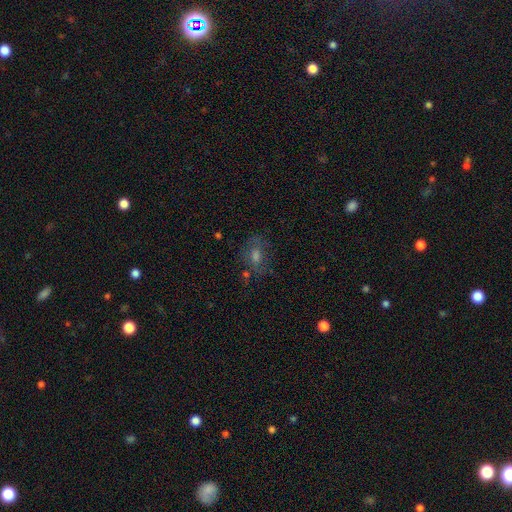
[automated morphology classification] Smooth or featured? smooth (40%)
Merging? none (65%)